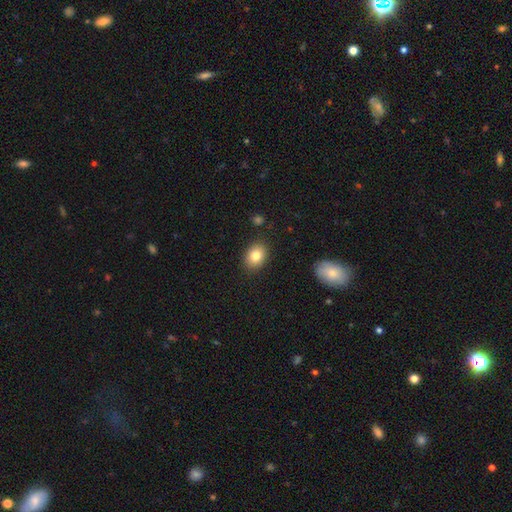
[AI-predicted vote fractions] A smooth galaxy with no disk features (82%) that is in between round and cigar-shaped (67%). Merging: none (86%).